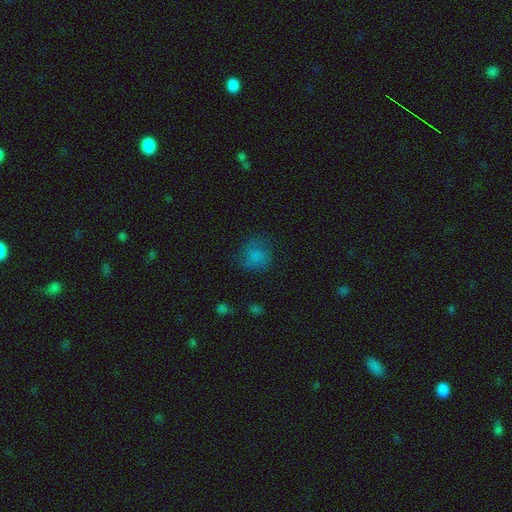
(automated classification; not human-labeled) A smooth galaxy with no disk features (76%) that is round (83%).

Vote fractions:
- Smooth or featured? smooth: 76% / star or artifact: 13% / featured or disk: 12%
- How rounded? round: 83% / in between: 16% / cigar-shaped: 1%
- Merging? none: 67% / minor disturbance: 22% / major disturbance: 10% / merger: 2%